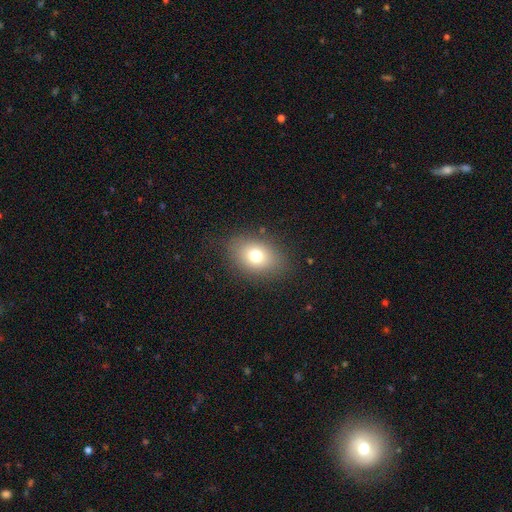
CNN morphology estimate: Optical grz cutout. It shows a smooth galaxy with no disk features (75%) that is in between round and cigar-shaped (73%). Merging: none (83%).